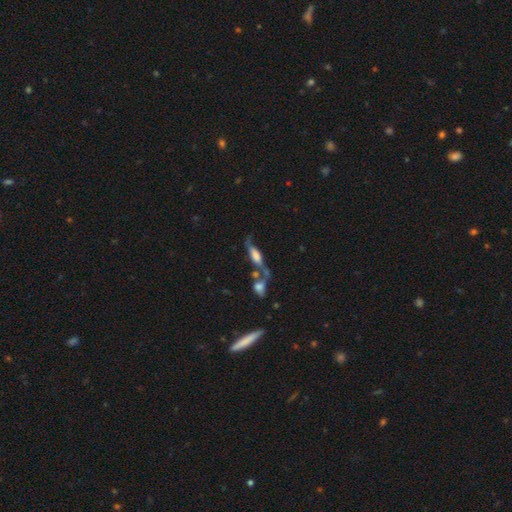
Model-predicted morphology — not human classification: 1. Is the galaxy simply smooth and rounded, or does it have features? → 60% featured or disk, 32% smooth, 9% star or artifact.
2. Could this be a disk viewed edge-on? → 51% yes, 49% no.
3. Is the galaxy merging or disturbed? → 37% none, 35% merger, 15% minor disturbance, 13% major disturbance.